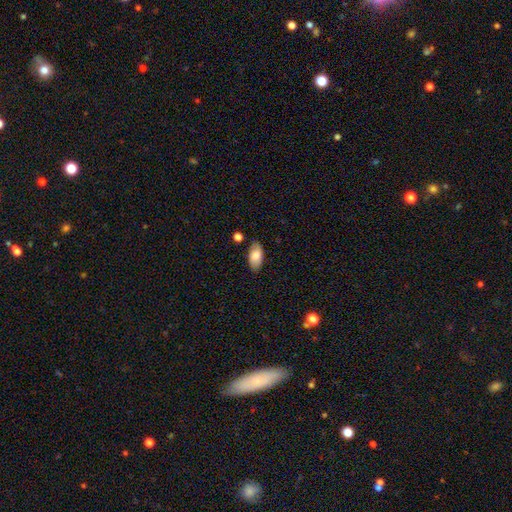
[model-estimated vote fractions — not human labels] smooth_or_featured: smooth (p=0.81) [alt: featured or disk p=0.13]
how_rounded: in between (p=0.93) [alt: cigar-shaped p=0.04]
merging: none (p=0.79) [alt: minor disturbance p=0.15]